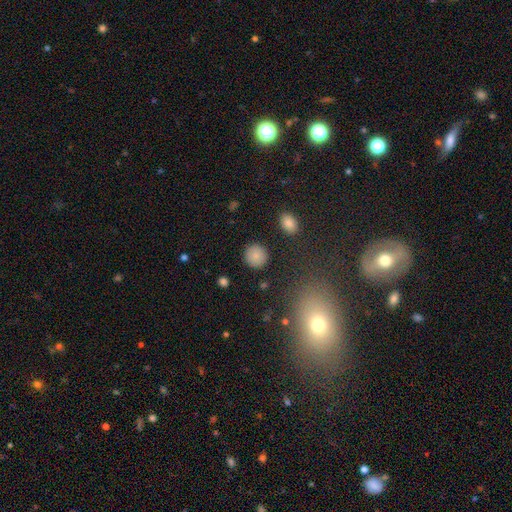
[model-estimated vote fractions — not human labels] Overall: smooth (83%). How rounded: round (92%). Merging: none (90%).